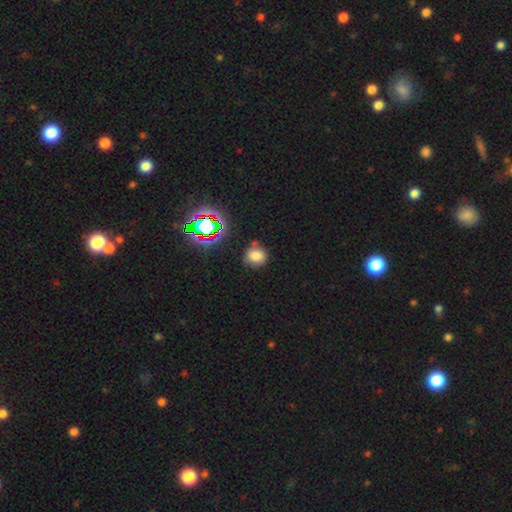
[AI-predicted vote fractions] A smooth galaxy with no disk features (75%) that is round (78%). Merging: none (73%).